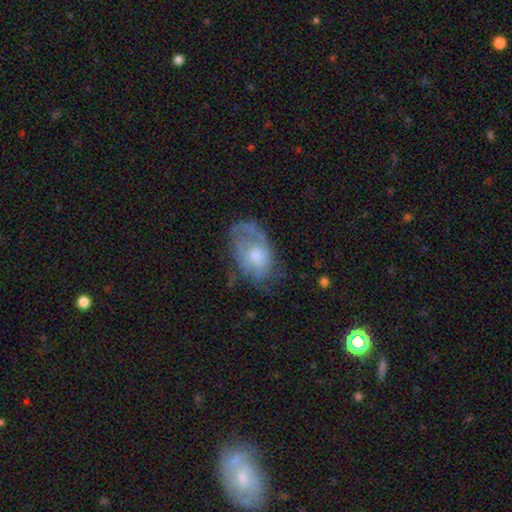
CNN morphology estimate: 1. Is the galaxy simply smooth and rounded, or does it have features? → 54% featured or disk, 37% smooth, 8% star or artifact.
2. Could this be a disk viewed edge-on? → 94% no, 6% yes.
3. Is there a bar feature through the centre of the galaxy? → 80% no, 18% weak, 2% strong.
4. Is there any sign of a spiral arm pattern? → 60% yes, 40% no.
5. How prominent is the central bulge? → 54% moderate, 25% small, 14% large, 6% none, 2% dominant.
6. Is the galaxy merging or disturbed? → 49% none, 28% minor disturbance, 21% major disturbance, 2% merger.